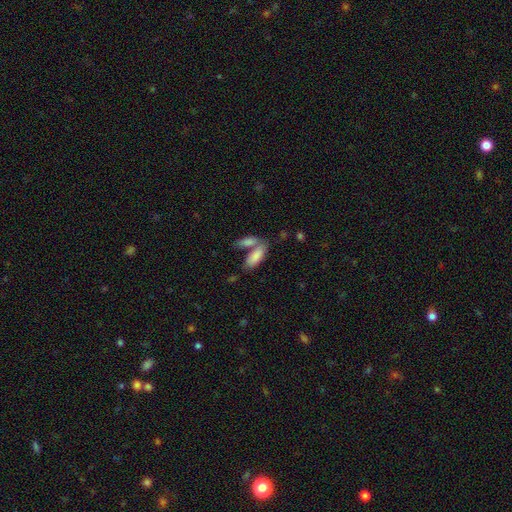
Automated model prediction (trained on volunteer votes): A smooth galaxy with no disk features (84%) that is in between round and cigar-shaped (80%). Merging: merger (46%).